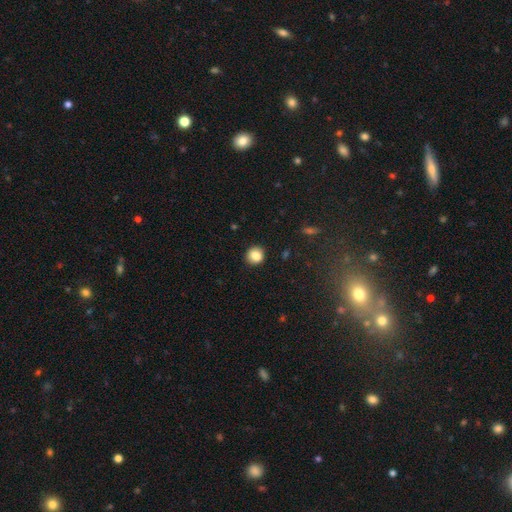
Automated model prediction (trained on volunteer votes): A smooth galaxy with no disk features (85%) that is round (86%).

Vote fractions:
- Smooth or featured? smooth: 85% / star or artifact: 10% / featured or disk: 5%
- How rounded? round: 86% / in between: 13% / cigar-shaped: 1%
- Merging? none: 90% / minor disturbance: 7% / major disturbance: 2% / merger: 1%